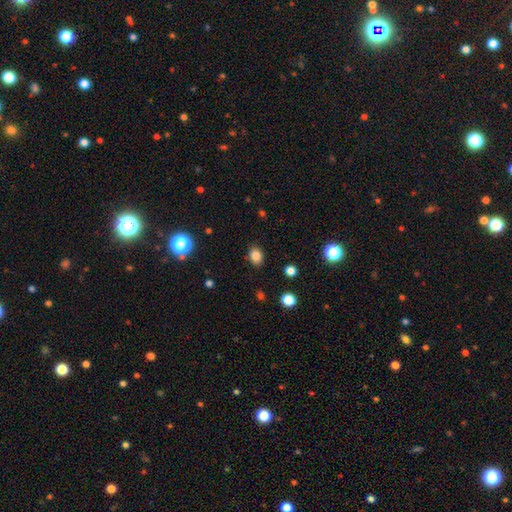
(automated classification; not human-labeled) This is clearly a smooth galaxy (83%). How rounded: likely in between (63%). Merging: clearly none (87%).